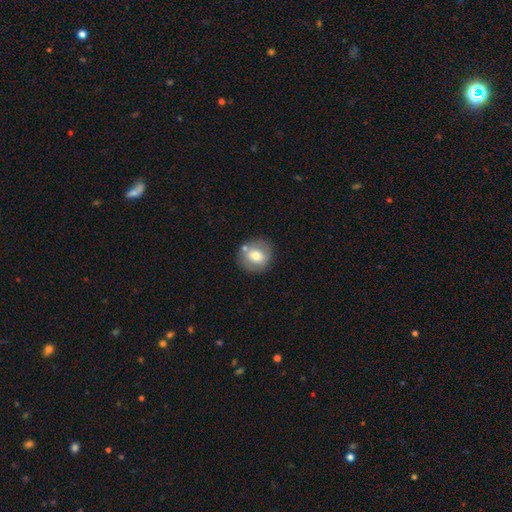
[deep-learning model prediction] Smooth or featured? smooth (64%)
How rounded? round (84%)
Merging? none (74%)